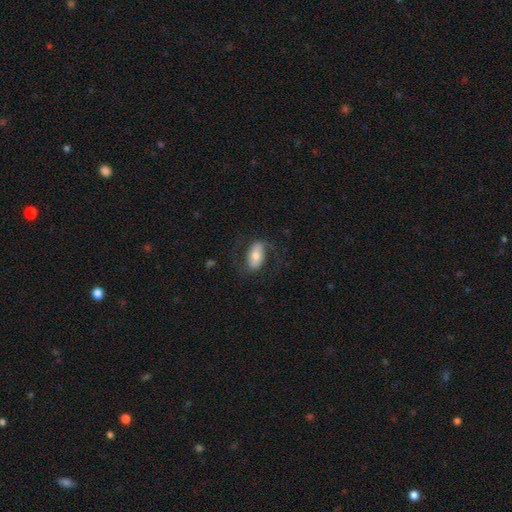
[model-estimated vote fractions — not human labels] smooth_or_featured: smooth (p=0.52) [alt: featured or disk p=0.41]
how_rounded: in between (p=0.91) [alt: round p=0.05]
merging: none (p=0.70) [alt: minor disturbance p=0.16]